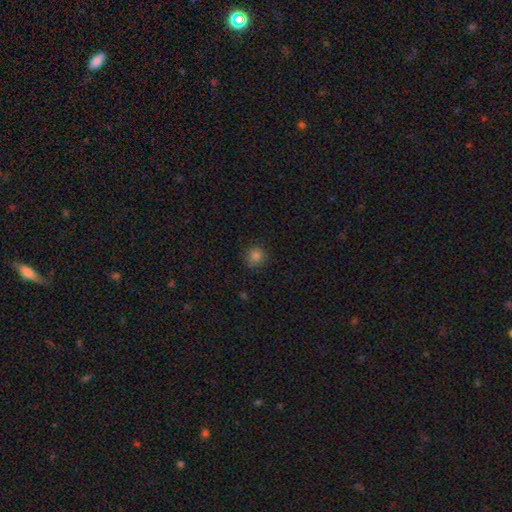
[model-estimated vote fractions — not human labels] The model was most divided on "smooth or featured": smooth: 82%, star or artifact: 13%, featured or disk: 4%. More confident: how rounded — round (90%); merging — none (86%).